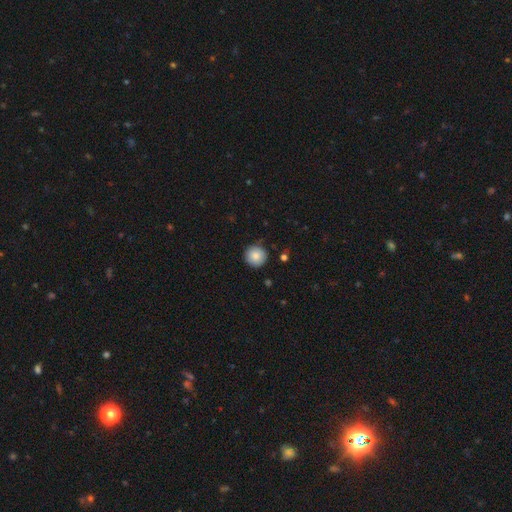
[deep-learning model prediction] Q: Smooth or featured?
A: smooth (85%); runner-up: star or artifact (8%)
Q: How rounded?
A: round (95%); runner-up: in between (4%)
Q: Merging?
A: none (86%); runner-up: minor disturbance (10%)